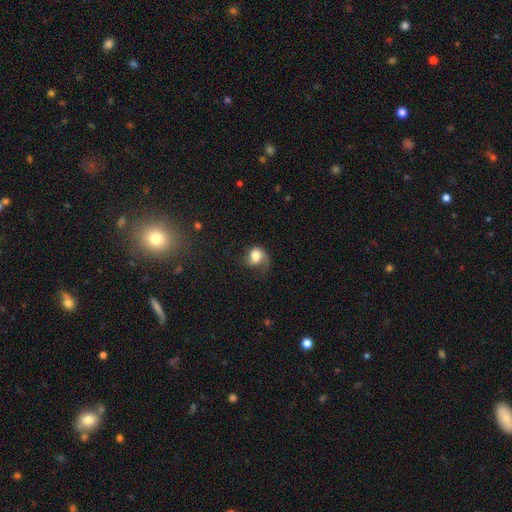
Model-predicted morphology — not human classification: A smooth galaxy with no disk features (66%) that is round (57%). Merging: none (35%).